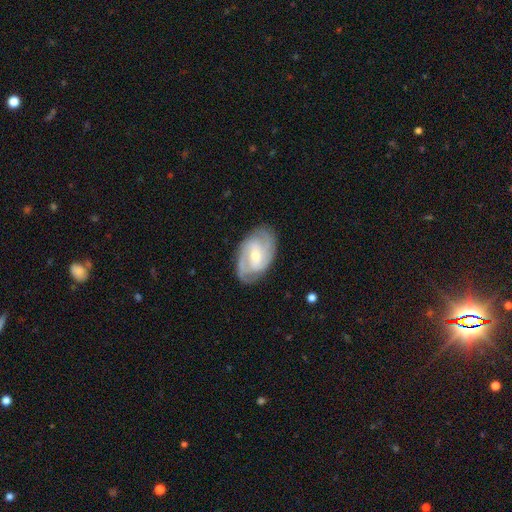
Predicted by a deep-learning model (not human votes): Smooth or featured? featured or disk (85%)
Edge-on disk? no (97%)
Bar? weak (50%)
Spiral arms? yes (96%)
Spiral winding? tight (48%)
Spiral arm count? 2 (40%)
Bulge size? small (56%)
Merging? none (82%)